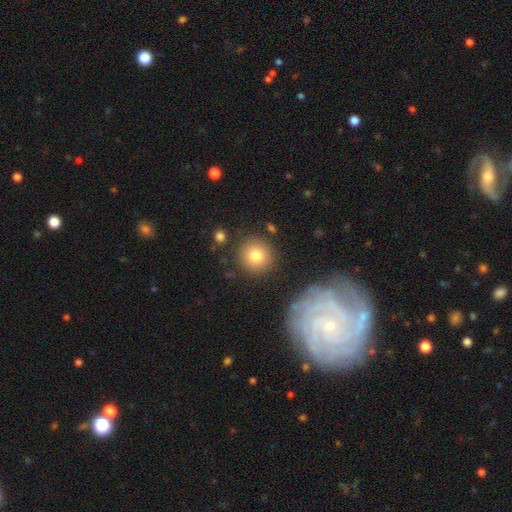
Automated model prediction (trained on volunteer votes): This is clearly a smooth galaxy (81%). How rounded: clearly round (92%). Merging: clearly none (85%).